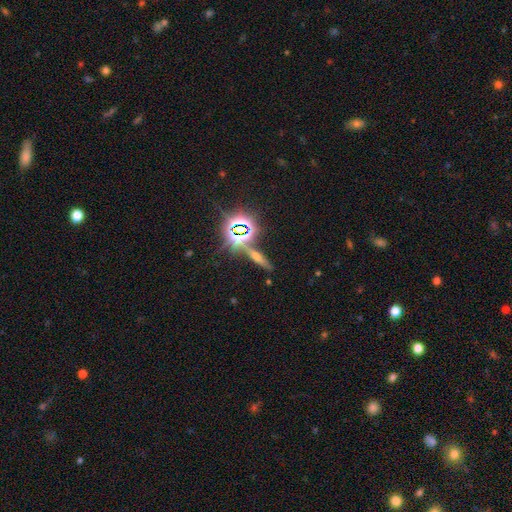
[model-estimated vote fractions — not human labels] Q: Smooth or featured?
A: star or artifact (43%); runner-up: featured or disk (33%)